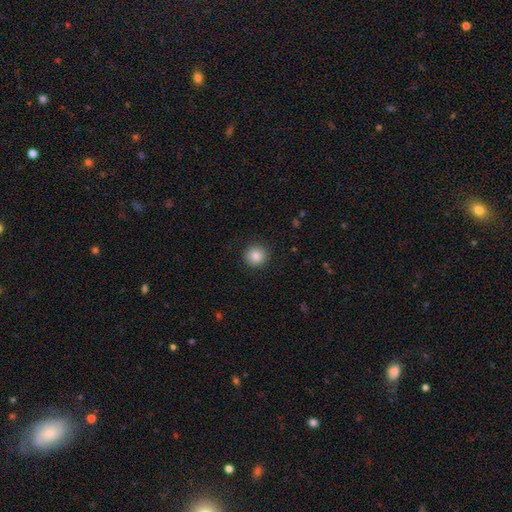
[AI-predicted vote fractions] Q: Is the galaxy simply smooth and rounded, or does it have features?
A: smooth — 85%.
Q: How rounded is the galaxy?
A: round — 93%.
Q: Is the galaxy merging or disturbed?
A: none — 91%.